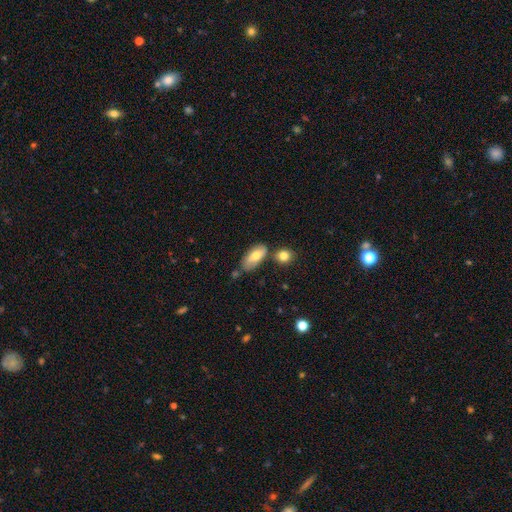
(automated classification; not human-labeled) This is likely a smooth galaxy (66%). How rounded: clearly in between (86%). Merging: possibly none (60%).